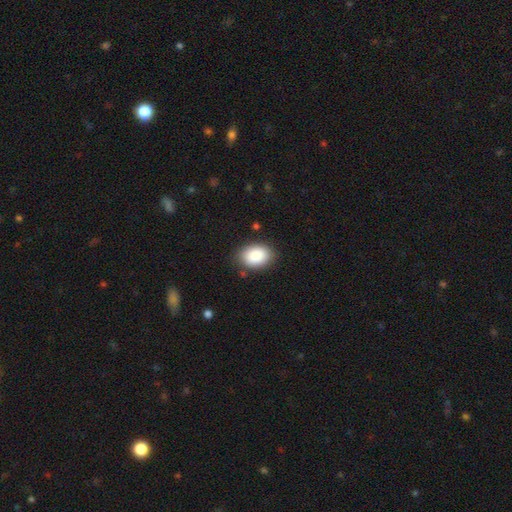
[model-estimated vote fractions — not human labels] smooth 89%, star or artifact 7%, featured or disk 4%. Down the decision tree: how rounded — in between (80%); merging — none (84%).